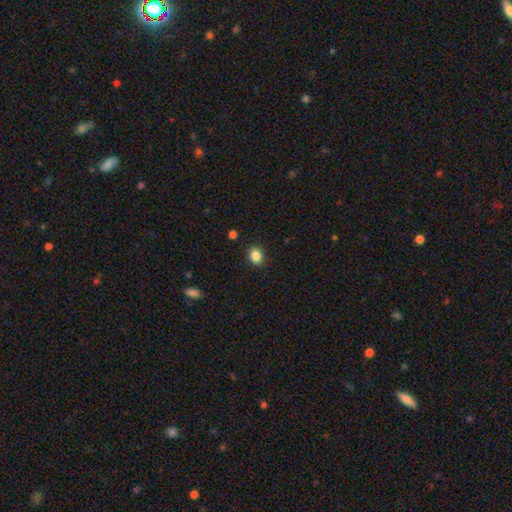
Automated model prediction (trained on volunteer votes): Q: Smooth or featured?
A: smooth (86%); runner-up: star or artifact (10%)
Q: How rounded?
A: round (54%); runner-up: in between (45%)
Q: Merging?
A: none (89%); runner-up: minor disturbance (8%)